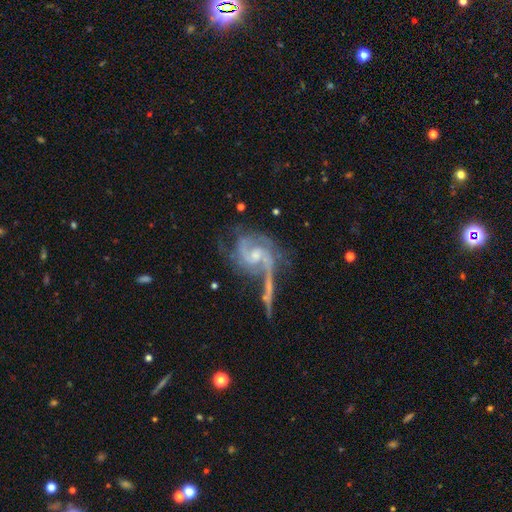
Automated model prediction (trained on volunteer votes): Smooth or featured?
  - featured or disk: 89% *
  - star or artifact: 6%
  - smooth: 6%
Edge-on disk?
  - no: 97% *
  - yes: 3%
Bar?
  - no: 47% *
  - weak: 42%
  - strong: 11%
Spiral arms?
  - yes: 96% *
  - no: 4%
Spiral winding?
  - medium: 47% *
  - tight: 28%
  - loose: 25%
Spiral arm count?
  - 2: 64% *
  - 3: 12%
  - can't tell: 11%
  - 1: 6%
  - 4: 4%
  - more than 4: 3%
Bulge size?
  - small: 50% *
  - moderate: 40%
  - none: 6%
  - large: 3%
  - dominant: 1%
Merging?
  - none: 38% *
  - major disturbance: 27%
  - minor disturbance: 19%
  - merger: 16%